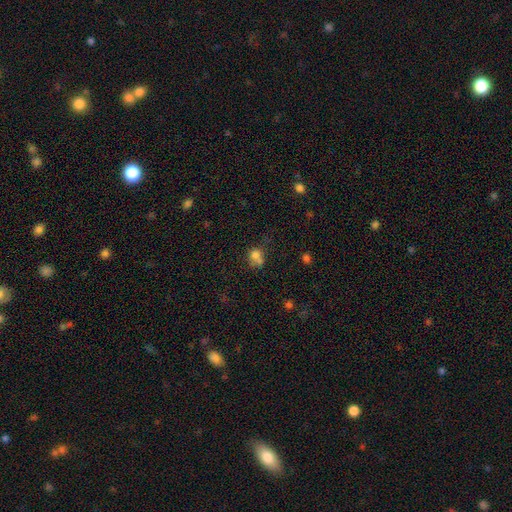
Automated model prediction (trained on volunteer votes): smooth_or_featured: smooth (p=0.73) [alt: star or artifact p=0.14]
how_rounded: round (p=0.65) [alt: in between p=0.34]
merging: none (p=0.36) [tied with: merger p=0.36]